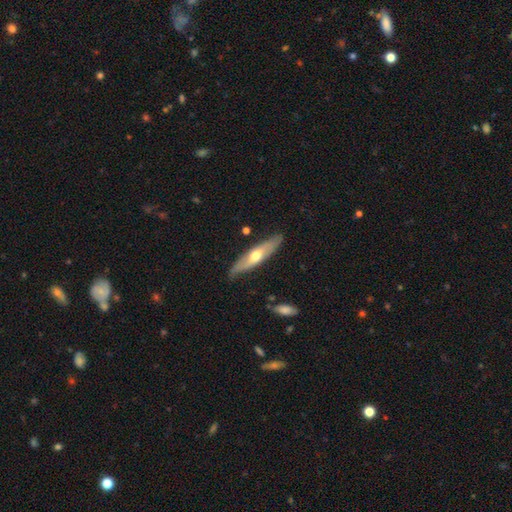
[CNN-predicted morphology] This appears to be a featured or disk galaxy (51%) viewed edge-on (66%). Merging: none (82%).